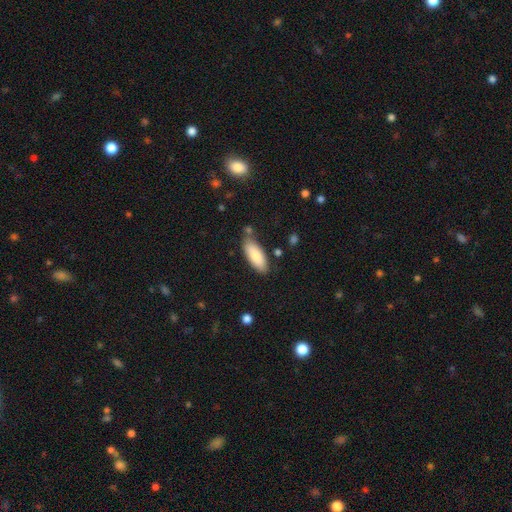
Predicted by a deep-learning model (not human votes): smooth-or-featured: smooth: 83% | featured or disk: 11% | star or artifact: 6%
  how-rounded: in between: 77% | cigar-shaped: 21% | round: 2%
  merging: none: 74% | minor disturbance: 17% | merger: 6% | major disturbance: 3%